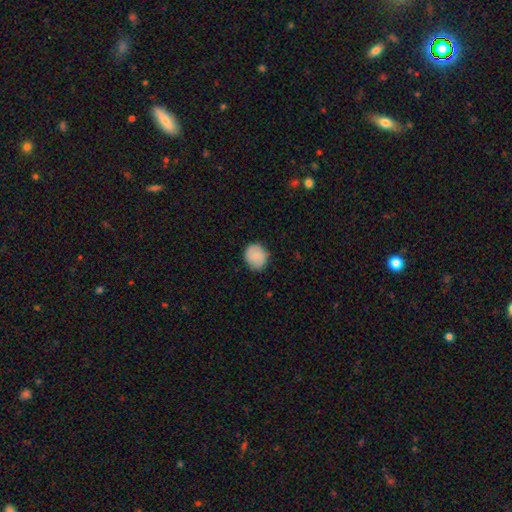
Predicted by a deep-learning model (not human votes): Overall: smooth (84%). How rounded: round (80%). Merging: none (83%).